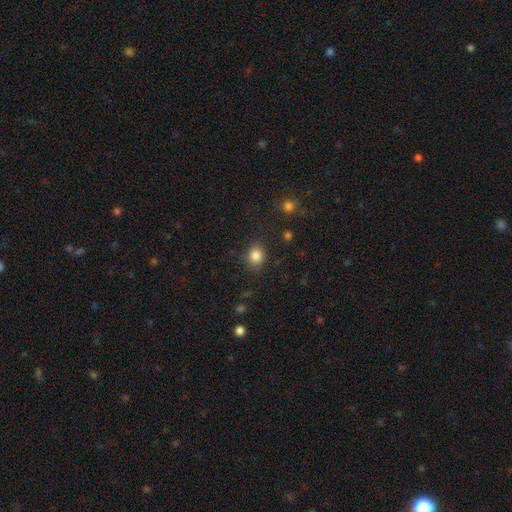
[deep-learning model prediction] A smooth galaxy with no disk features (85%) that is round (70%).

Vote fractions:
- Smooth or featured? smooth: 85% / star or artifact: 11% / featured or disk: 5%
- How rounded? round: 70% / in between: 29% / cigar-shaped: 1%
- Merging? none: 84% / minor disturbance: 11% / major disturbance: 4% / merger: 2%